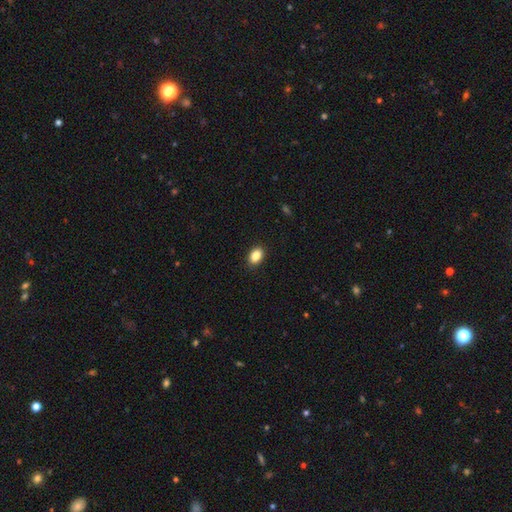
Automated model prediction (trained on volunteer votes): Overall: smooth (87%). How rounded: in between (84%). Merging: none (90%).